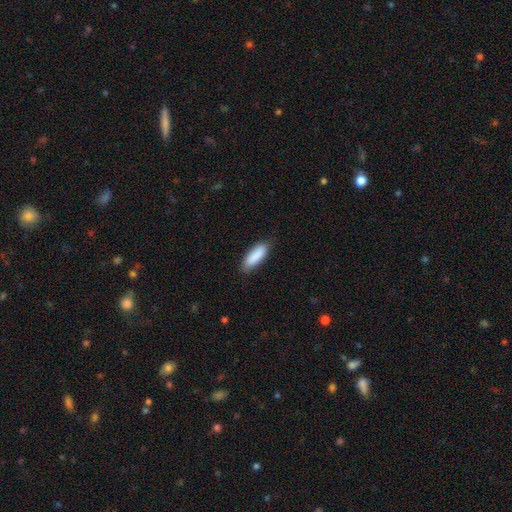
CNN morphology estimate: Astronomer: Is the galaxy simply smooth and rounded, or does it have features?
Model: smooth — 89%.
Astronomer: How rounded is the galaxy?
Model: in between — 60% (runner-up: cigar-shaped, 39%).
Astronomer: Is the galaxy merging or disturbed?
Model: none — 83%.